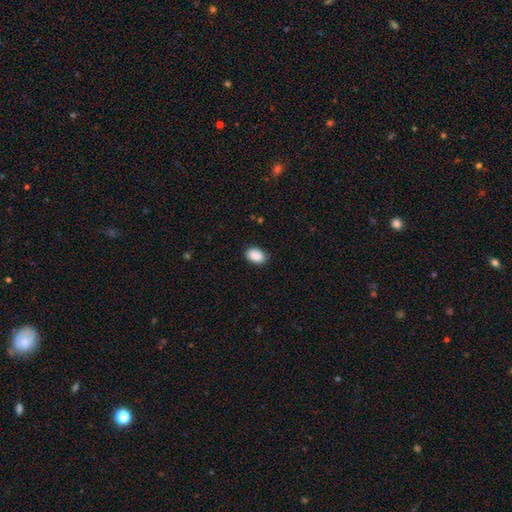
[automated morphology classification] Overall: smooth (90%). How rounded: in between (88%). Merging: none (86%).